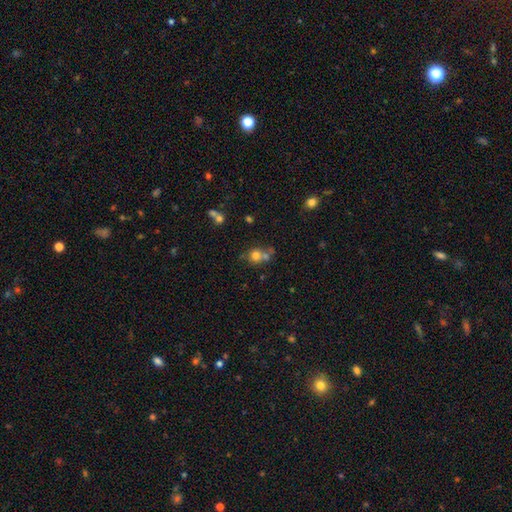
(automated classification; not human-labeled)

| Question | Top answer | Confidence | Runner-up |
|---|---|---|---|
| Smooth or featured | smooth | 71% | star or artifact (15%) |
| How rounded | round | 81% | in between (18%) |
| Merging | none | 48% | merger (36%) |